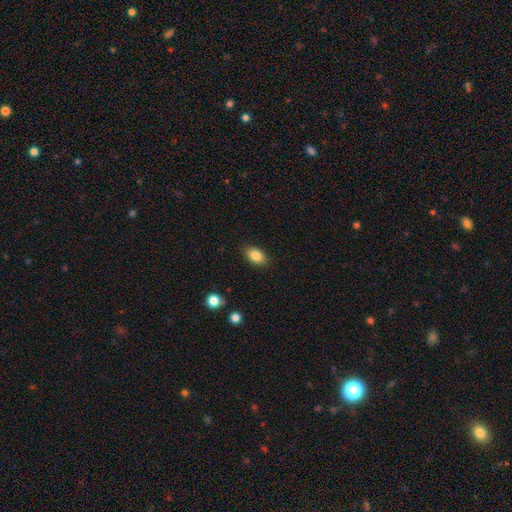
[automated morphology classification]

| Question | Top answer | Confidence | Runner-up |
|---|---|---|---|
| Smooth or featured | smooth | 85% | star or artifact (8%) |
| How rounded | in between | 87% | round (11%) |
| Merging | none | 86% | minor disturbance (10%) |